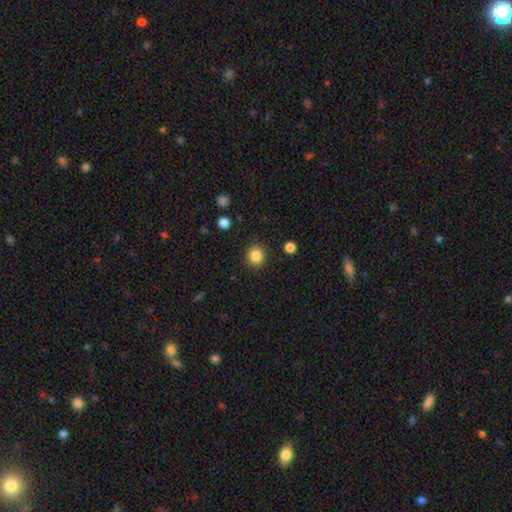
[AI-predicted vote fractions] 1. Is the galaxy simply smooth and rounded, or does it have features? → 85% smooth, 10% star or artifact, 4% featured or disk.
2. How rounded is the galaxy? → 86% round, 13% in between, 1% cigar-shaped.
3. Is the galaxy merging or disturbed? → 90% none, 6% minor disturbance, 2% major disturbance, 2% merger.